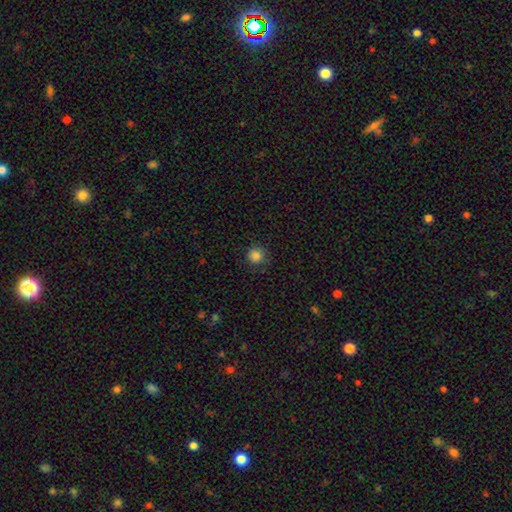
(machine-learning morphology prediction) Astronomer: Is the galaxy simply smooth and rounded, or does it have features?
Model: smooth — 85%.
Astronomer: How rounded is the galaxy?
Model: round — 93%.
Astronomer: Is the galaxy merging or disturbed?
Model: none — 86%.